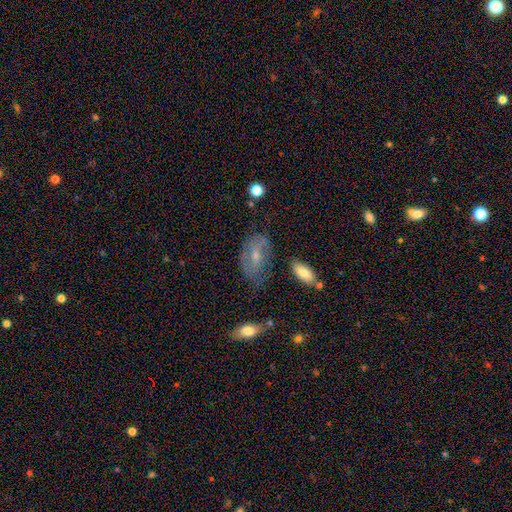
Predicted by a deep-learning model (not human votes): Smooth or featured? Predicted: featured or disk (p=0.49). Merging? Predicted: none (p=0.58).